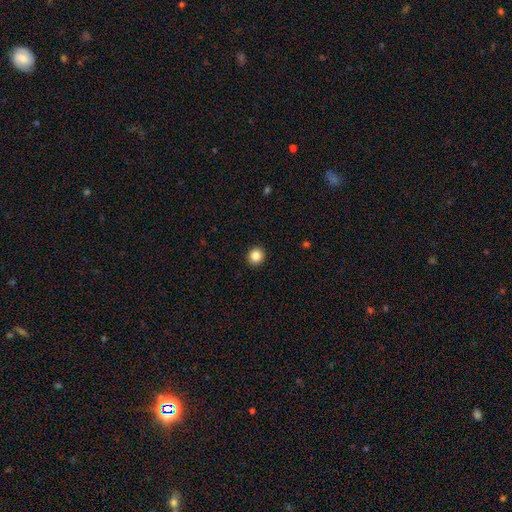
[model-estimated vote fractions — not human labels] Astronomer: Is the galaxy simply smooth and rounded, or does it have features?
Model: smooth — 86%.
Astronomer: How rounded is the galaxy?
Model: round — 90%.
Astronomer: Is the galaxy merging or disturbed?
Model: none — 93%.